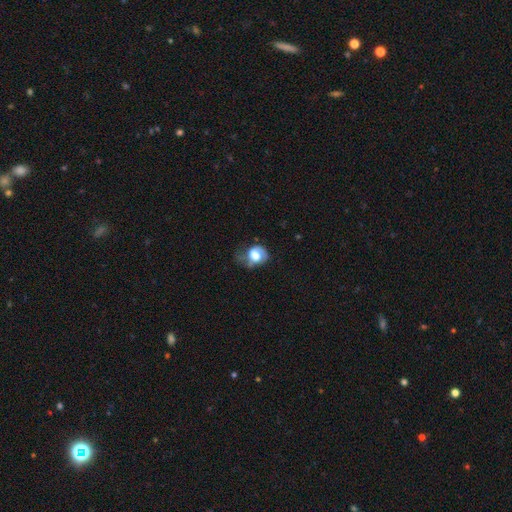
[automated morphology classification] Smooth or featured? Predicted: smooth (p=0.52). How rounded? Predicted: round (p=0.50). Merging? Predicted: major disturbance (p=0.36).